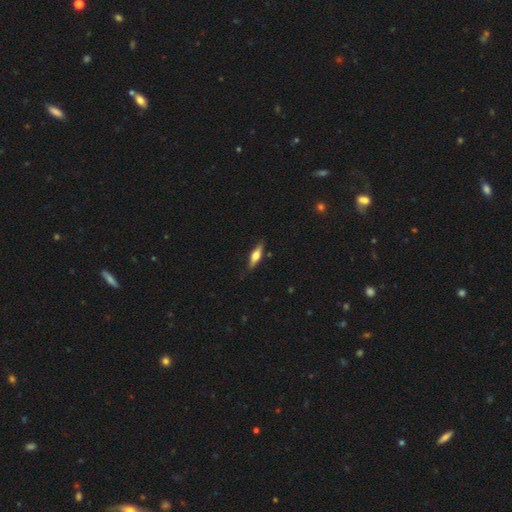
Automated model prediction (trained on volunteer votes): Smooth or featured: smooth — 52% (featured or disk — 42%)
How rounded: cigar-shaped — 57% (in between — 41%)
Merging: none — 83% (minor disturbance — 13%)